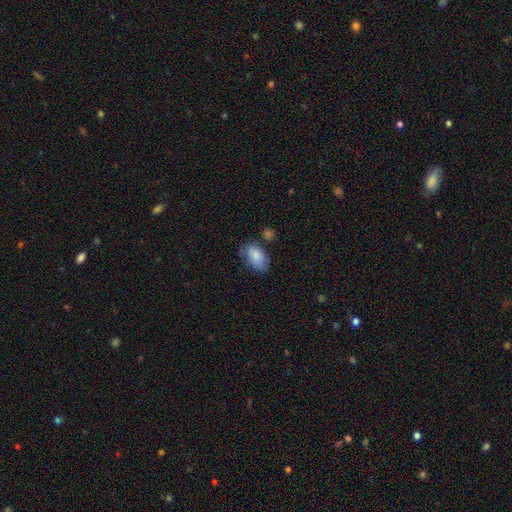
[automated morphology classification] smooth 79%, featured or disk 14%, star or artifact 7%. Down the decision tree: how rounded — in between (92%); merging — none (60%).